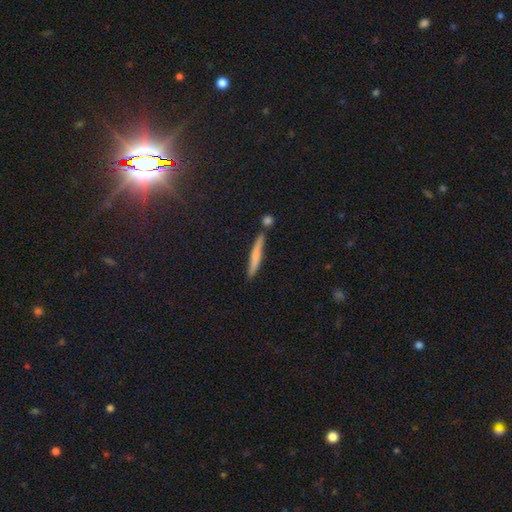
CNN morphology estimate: smooth-or-featured: smooth: 62% | featured or disk: 31% | star or artifact: 8%
  how-rounded: cigar-shaped: 94% | in between: 4% | round: 2%
  merging: none: 76% | minor disturbance: 13% | merger: 8% | major disturbance: 3%